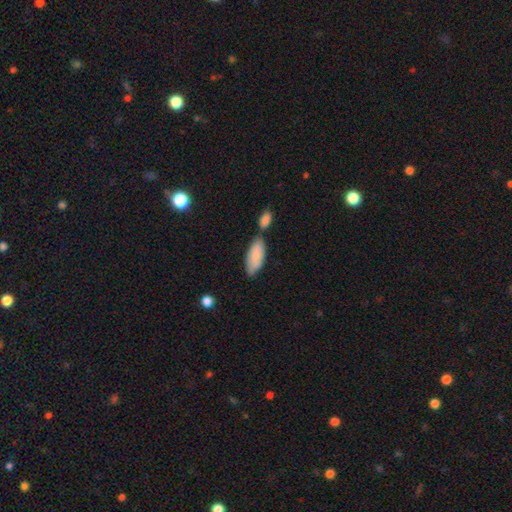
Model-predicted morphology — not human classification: Smooth or featured: smooth — 82% (featured or disk — 12%)
How rounded: in between — 81% (cigar-shaped — 18%)
Merging: none — 50% (merger — 27%)